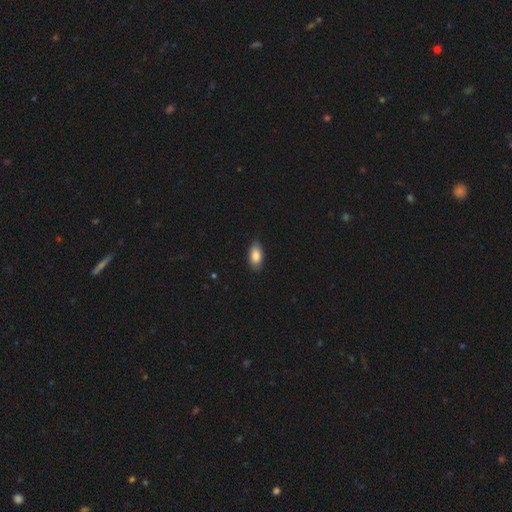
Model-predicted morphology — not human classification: smooth-or-featured: smooth: 86% | featured or disk: 7% | star or artifact: 7%
  how-rounded: in between: 92% | cigar-shaped: 5% | round: 3%
  merging: none: 85% | minor disturbance: 12% | major disturbance: 2% | merger: 1%